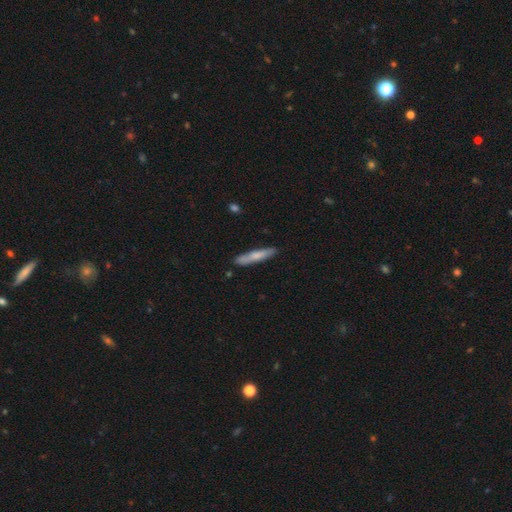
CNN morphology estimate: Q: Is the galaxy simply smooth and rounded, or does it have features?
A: smooth — 68%.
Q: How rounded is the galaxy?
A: cigar-shaped — 92%.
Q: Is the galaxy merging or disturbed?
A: none — 84%.